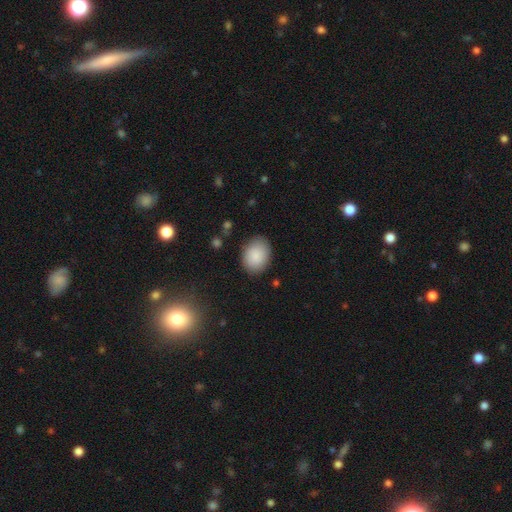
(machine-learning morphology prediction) smooth 88%, star or artifact 7%, featured or disk 5%. Down the decision tree: how rounded — in between (66%); merging — none (84%).